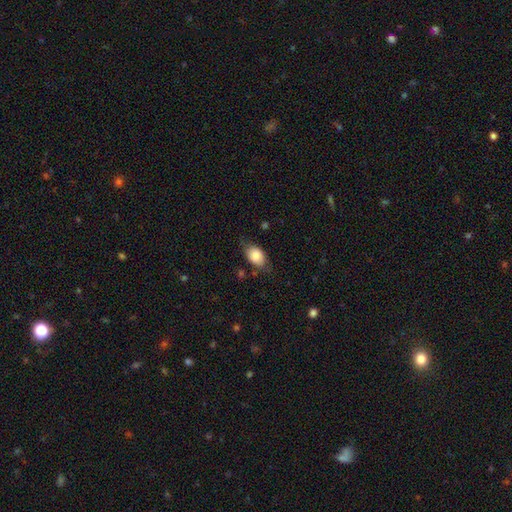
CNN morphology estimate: Smooth or featured? Predicted: smooth (p=0.83). How rounded? Predicted: in between (p=0.86). Merging? Predicted: none (p=0.71).